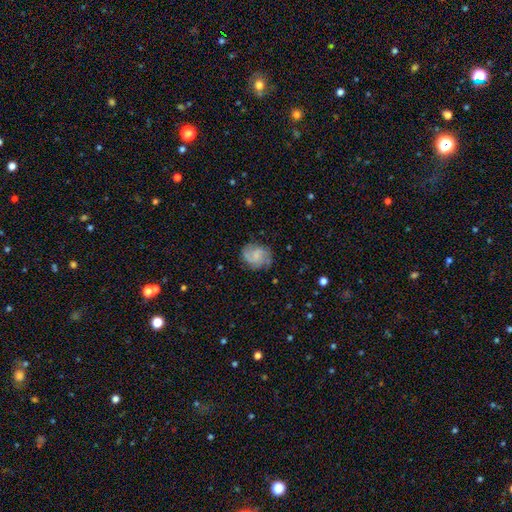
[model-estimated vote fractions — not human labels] This is possibly a featured or disk galaxy (60%). It is clearly not viewed edge-on (98%). Bar: possibly no (56%). Spiral arm pattern: clearly yes (91%). Spiral arm count: likely 2 (63%). Spiral winding: possibly medium (47%). Central bulge: marginally none (37%, tied with small). Merging: likely none (72%).